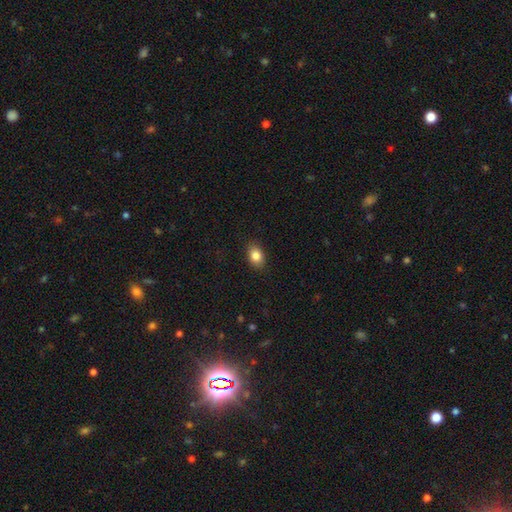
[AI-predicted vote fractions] Q: Smooth or featured?
A: smooth (85%); runner-up: star or artifact (9%)
Q: How rounded?
A: in between (77%); runner-up: round (22%)
Q: Merging?
A: none (87%); runner-up: minor disturbance (9%)